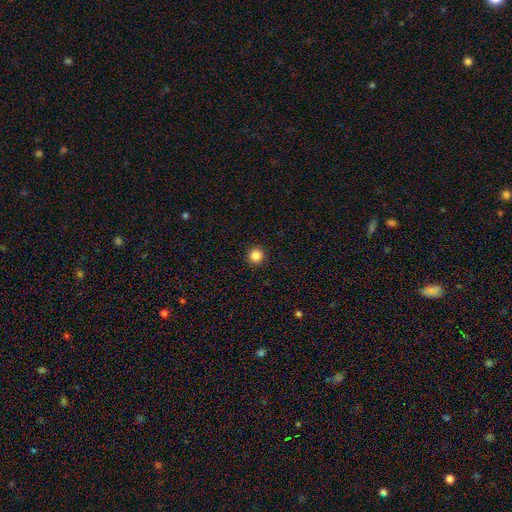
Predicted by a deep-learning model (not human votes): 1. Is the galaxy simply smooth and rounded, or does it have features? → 85% smooth, 11% star or artifact, 4% featured or disk.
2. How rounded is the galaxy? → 96% round, 3% in between, 1% cigar-shaped.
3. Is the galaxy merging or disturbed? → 94% none, 4% minor disturbance, 1% major disturbance, 1% merger.